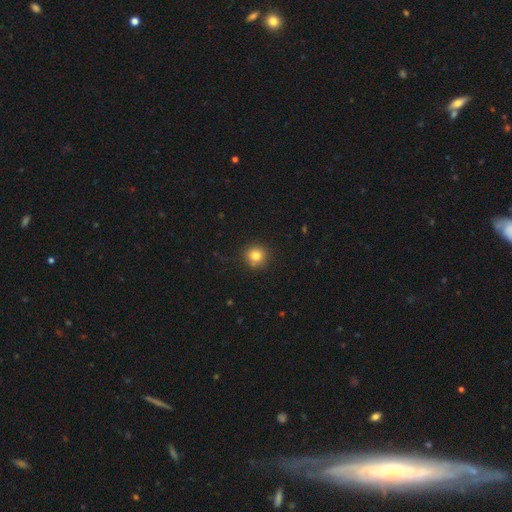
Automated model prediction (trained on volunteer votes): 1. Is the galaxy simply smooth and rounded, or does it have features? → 81% smooth, 12% star or artifact, 8% featured or disk.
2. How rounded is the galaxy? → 93% round, 6% in between, 1% cigar-shaped.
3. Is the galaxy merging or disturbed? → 87% none, 9% minor disturbance, 2% major disturbance, 2% merger.